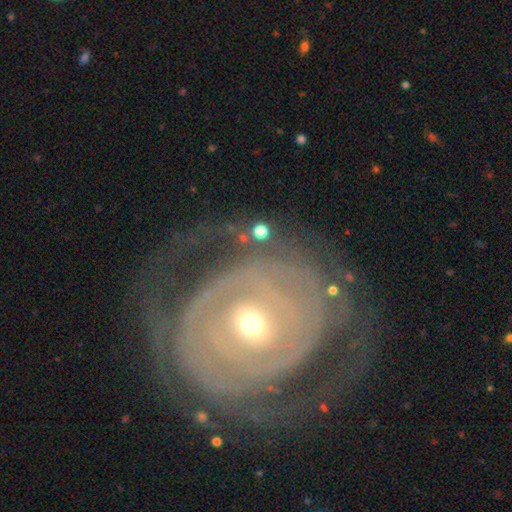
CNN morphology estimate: smooth_or_featured: featured or disk (p=0.85) [alt: smooth p=0.09]
disk_edge_on: no (p=0.96) [alt: yes p=0.04]
bar: no (p=0.57) [alt: weak p=0.27]
has_spiral_arms: yes (p=0.85) [alt: no p=0.15]
spiral_winding: tight (p=0.74) [alt: medium p=0.18]
spiral_arm_count: can't tell (p=0.35) [alt: 2 p=0.30]
bulge_size: small (p=0.52) [alt: moderate p=0.43]
merging: none (p=0.68) [alt: major disturbance p=0.16]